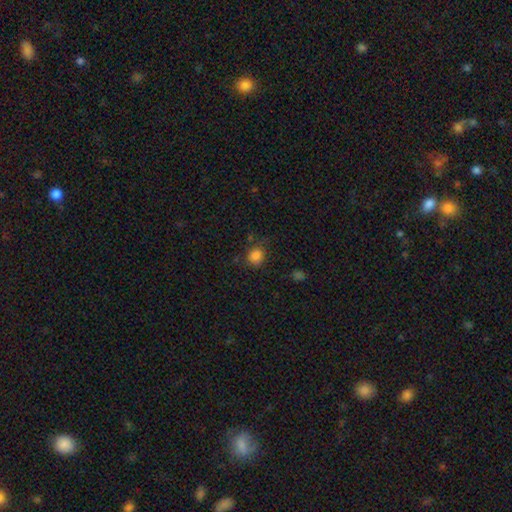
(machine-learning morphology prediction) Q: Smooth or featured?
A: smooth (84%); runner-up: star or artifact (12%)
Q: How rounded?
A: round (80%); runner-up: in between (20%)
Q: Merging?
A: none (73%); runner-up: minor disturbance (18%)